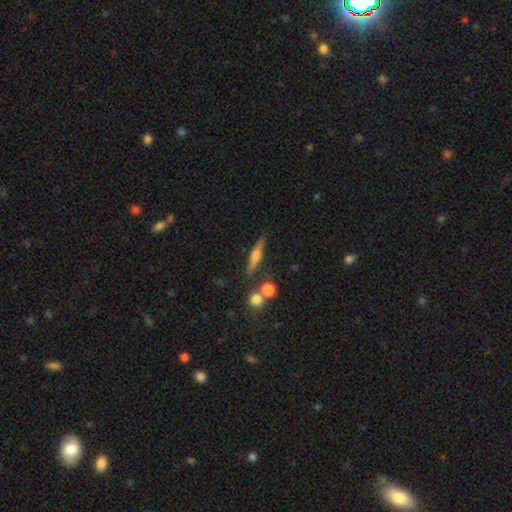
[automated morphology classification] type=featured or disk (54%); edge-on=yes (94%); edge-on bulge=rounded (86%); merging=none (79%).